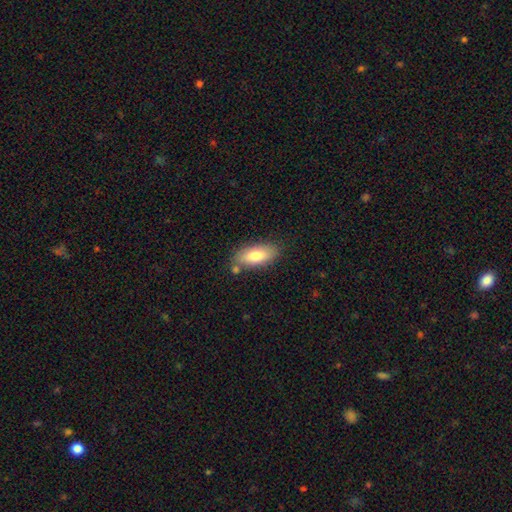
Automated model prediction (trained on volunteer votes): Smooth or featured? smooth (79%)
How rounded? in between (84%)
Merging? none (74%)